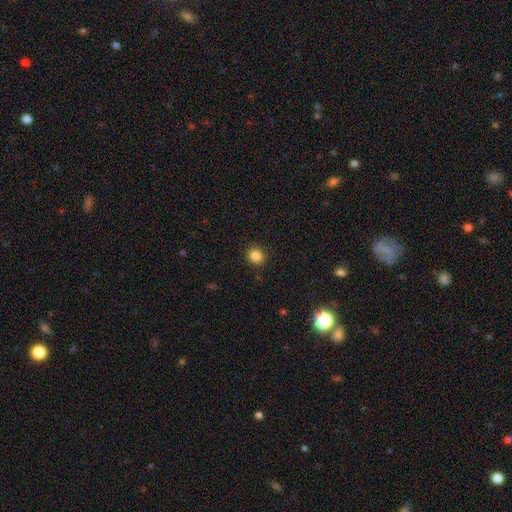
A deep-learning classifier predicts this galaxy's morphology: Q: Smooth or featured?
A: smooth (84%); runner-up: star or artifact (11%)
Q: How rounded?
A: round (87%); runner-up: in between (12%)
Q: Merging?
A: none (90%); runner-up: minor disturbance (6%)